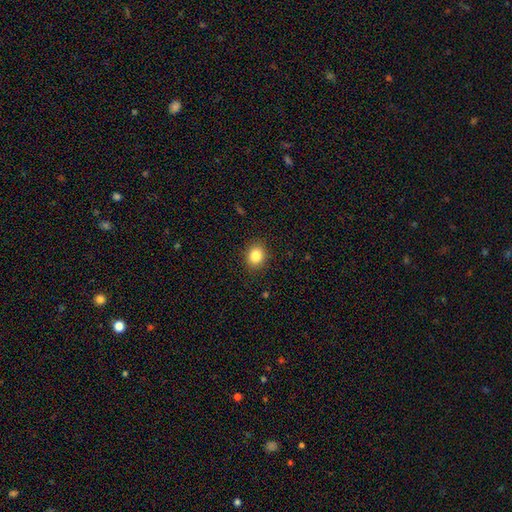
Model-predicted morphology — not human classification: Overall: smooth (85%). How rounded: round (61%; in between 38%). Merging: none (90%).